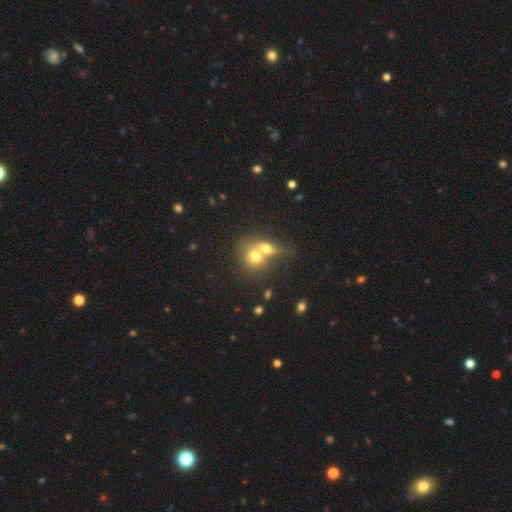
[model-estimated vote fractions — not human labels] smooth-or-featured: smooth: 68% | featured or disk: 21% | star or artifact: 11%
  how-rounded: round: 66% | in between: 32% | cigar-shaped: 2%
  merging: merger: 69% | none: 22% | minor disturbance: 6% | major disturbance: 4%